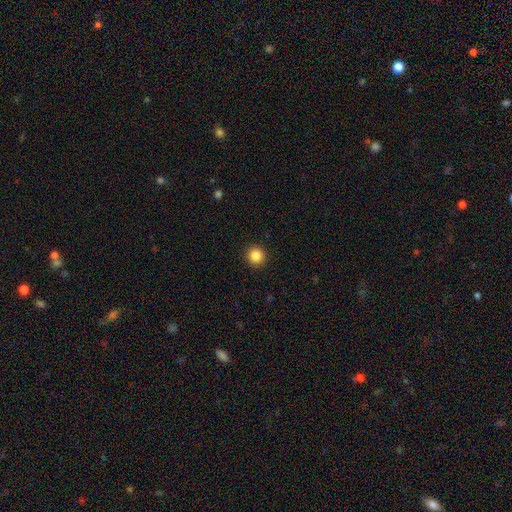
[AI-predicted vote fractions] Smooth or featured?
  - smooth: 86% *
  - star or artifact: 10%
  - featured or disk: 4%
How rounded?
  - round: 95% *
  - in between: 4%
  - cigar-shaped: 1%
Merging?
  - none: 93% *
  - minor disturbance: 4%
  - major disturbance: 2%
  - merger: 1%